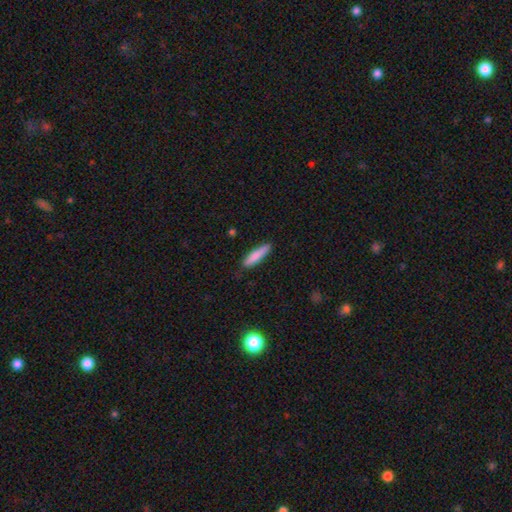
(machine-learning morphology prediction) type=smooth (82%); roundness=cigar-shaped (80%); merging=none (84%).